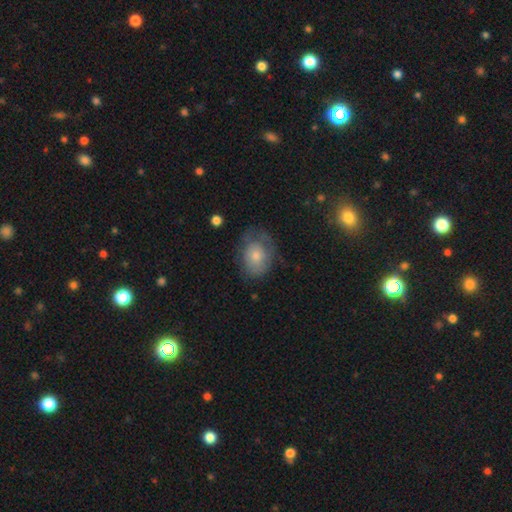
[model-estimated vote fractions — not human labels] Overall: smooth (57%; featured or disk 33%). How rounded: in between (62%; round 37%). Merging: none (58%; minor disturbance 26%).